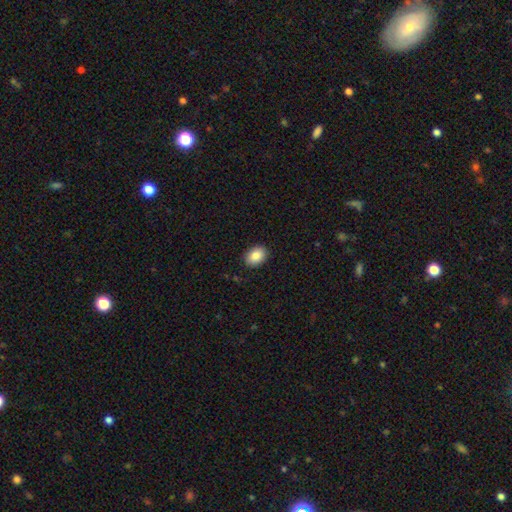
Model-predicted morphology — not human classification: type=smooth (88%); roundness=in between (76%); merging=none (89%).